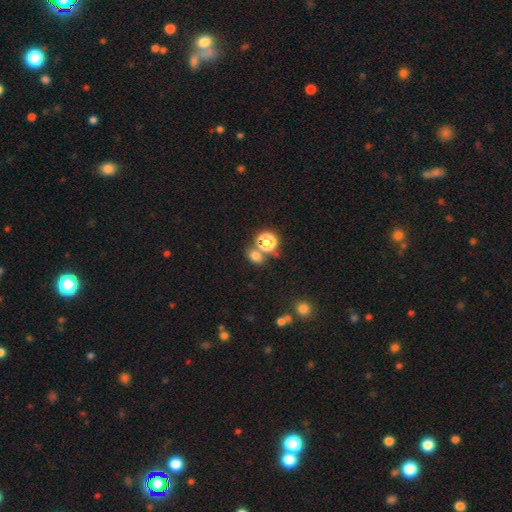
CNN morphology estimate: Smooth or featured: smooth — 74% (star or artifact — 20%)
How rounded: in between — 50% (round — 49%)
Merging: none — 65% (merger — 21%)